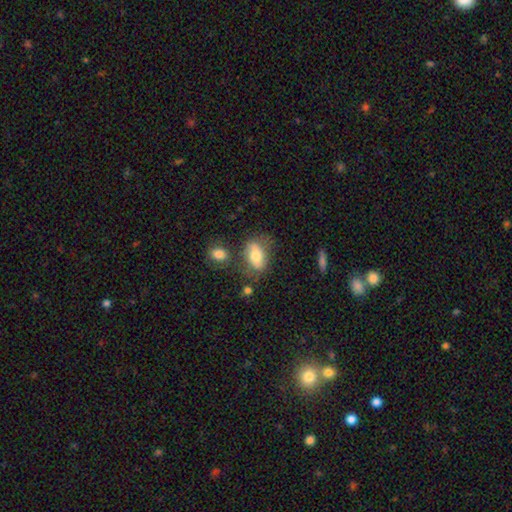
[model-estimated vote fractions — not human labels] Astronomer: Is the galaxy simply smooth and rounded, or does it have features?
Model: smooth — 69%.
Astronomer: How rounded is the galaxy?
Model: in between — 86%.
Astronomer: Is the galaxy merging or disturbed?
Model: none — 62%.